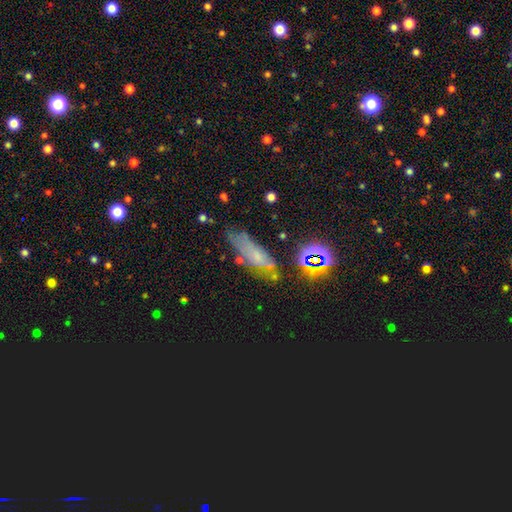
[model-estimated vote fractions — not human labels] Smooth or featured? smooth (37%)
Merging? none (57%)